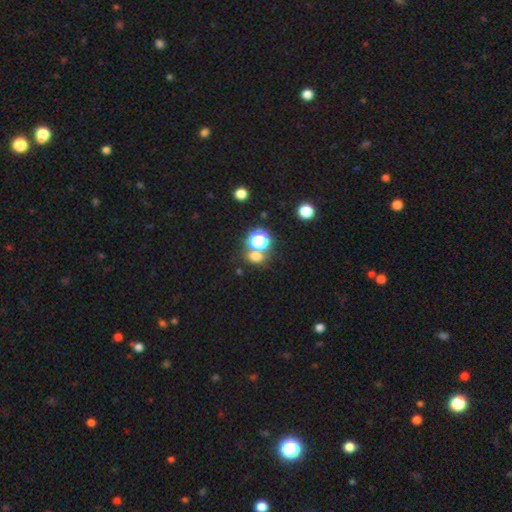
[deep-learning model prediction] Morphology: type=smooth (65%); roundness=round (57%); merging=none (64%).